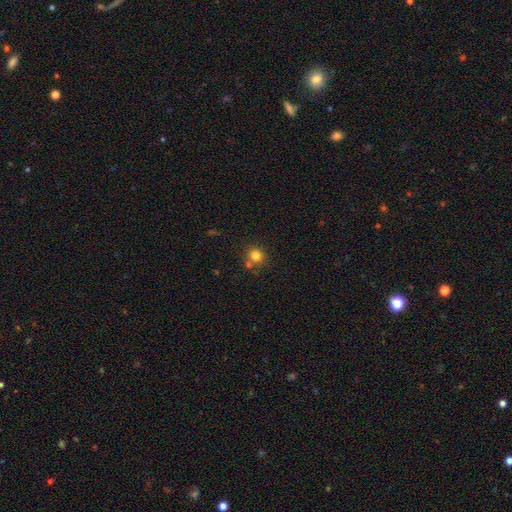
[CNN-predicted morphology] A smooth galaxy with no disk features (81%) that is round (85%). Merging: none (67%).